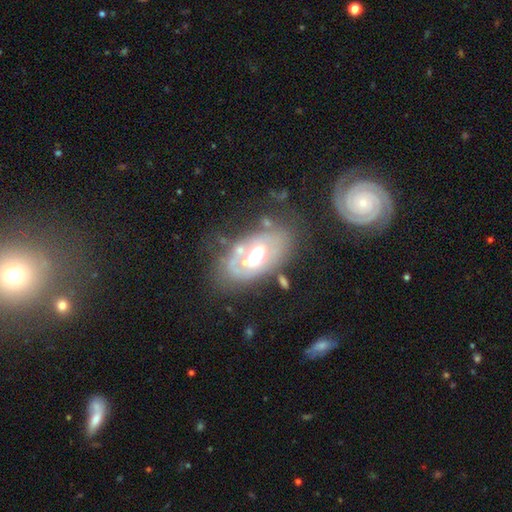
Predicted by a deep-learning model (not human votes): The model was most divided on "bulge size": large: 43%, moderate: 42%, dominant: 11%, small: 3%, none: 2%. More confident: edge-on disk — no (91%); spiral arms — no (80%); bar — no (78%); merging — none (58%); smooth or featured — featured or disk (57%).